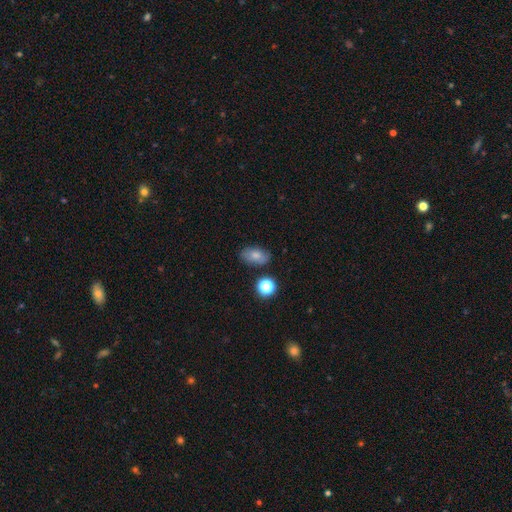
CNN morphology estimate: smooth_or_featured: smooth (p=0.75) [alt: featured or disk p=0.13]
how_rounded: in between (p=0.87) [alt: round p=0.11]
merging: none (p=0.77) [alt: minor disturbance p=0.16]